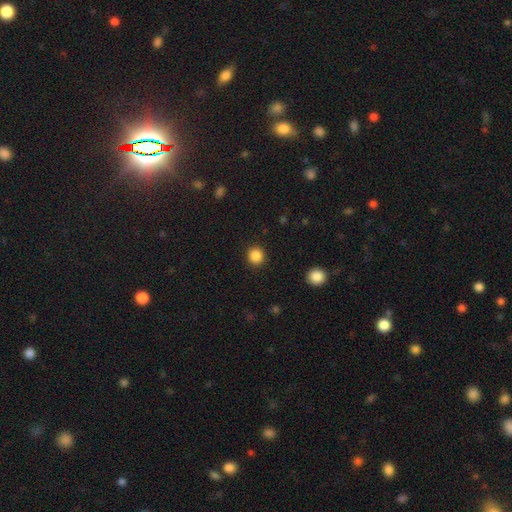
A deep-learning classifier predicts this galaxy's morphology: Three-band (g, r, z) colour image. It shows a smooth galaxy with no disk features (86%) that is round (93%). Merging: none (92%).